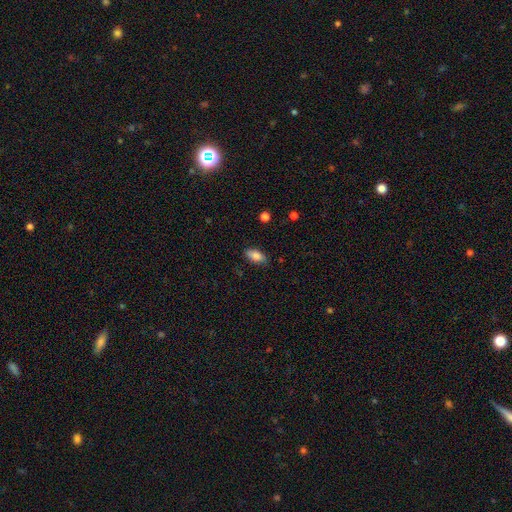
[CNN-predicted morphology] Q: Smooth or featured?
A: smooth (84%); runner-up: featured or disk (8%)
Q: How rounded?
A: in between (90%); runner-up: cigar-shaped (6%)
Q: Merging?
A: none (84%); runner-up: minor disturbance (13%)